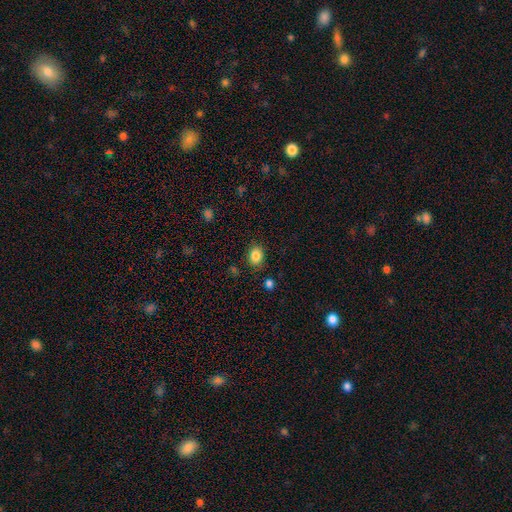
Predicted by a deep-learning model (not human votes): Smooth or featured? Predicted: smooth (p=0.85). How rounded? Predicted: in between (p=0.61). Merging? Predicted: none (p=0.84).